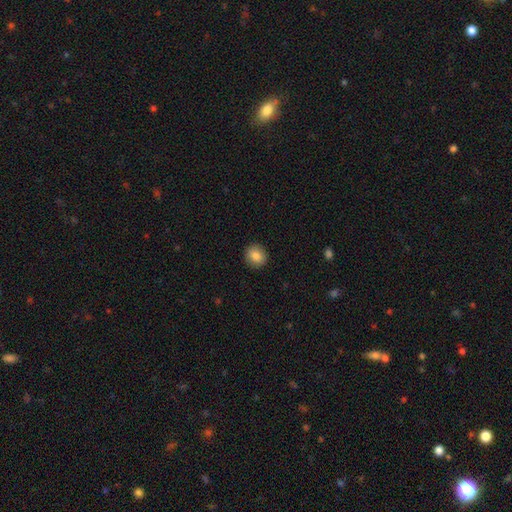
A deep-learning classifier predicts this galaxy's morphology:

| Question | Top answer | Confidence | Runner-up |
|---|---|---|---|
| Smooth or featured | smooth | 85% | star or artifact (9%) |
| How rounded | round | 84% | in between (15%) |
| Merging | none | 91% | minor disturbance (6%) |